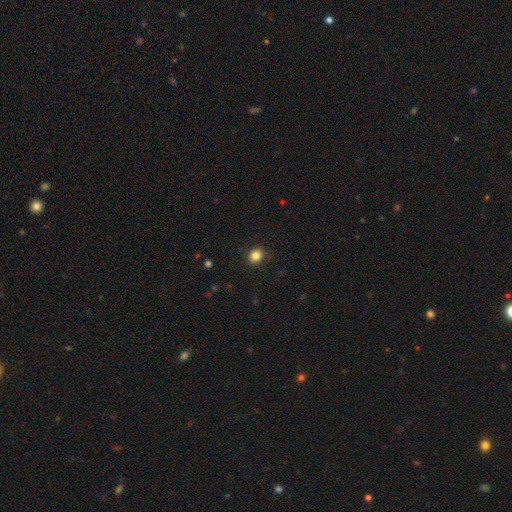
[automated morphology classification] This appears to be a smooth galaxy with no disk features (84%) that is round (71%). Merging: none (90%).